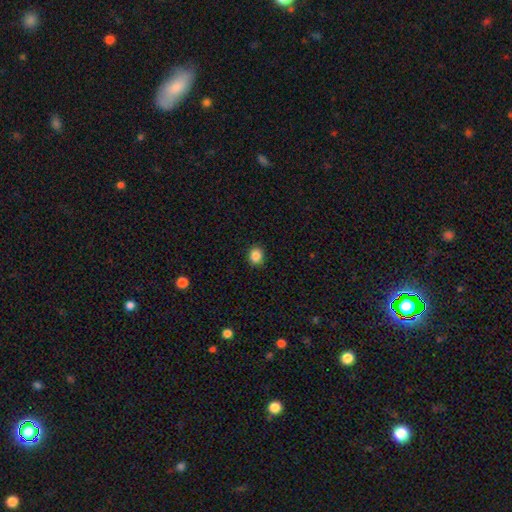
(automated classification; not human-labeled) smooth-or-featured: smooth: 87% | star or artifact: 10% | featured or disk: 4%
  how-rounded: round: 73% | in between: 26% | cigar-shaped: 1%
  merging: none: 90% | minor disturbance: 7% | major disturbance: 2% | merger: 1%